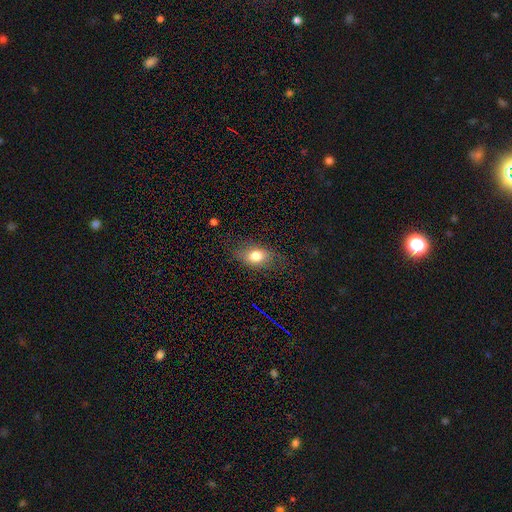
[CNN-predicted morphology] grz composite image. It shows a smooth galaxy with no disk features (76%) that is in between round and cigar-shaped (80%). Merging: none (71%).